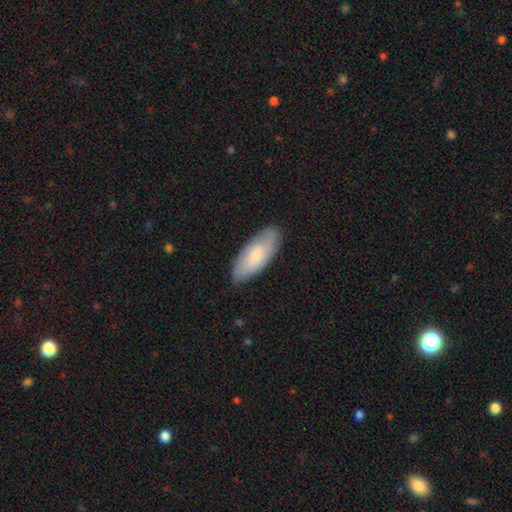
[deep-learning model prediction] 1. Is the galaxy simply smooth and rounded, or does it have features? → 67% smooth, 27% featured or disk, 6% star or artifact.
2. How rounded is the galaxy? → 82% in between, 16% cigar-shaped, 2% round.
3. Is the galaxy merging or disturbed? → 80% none, 16% minor disturbance, 3% major disturbance, 1% merger.